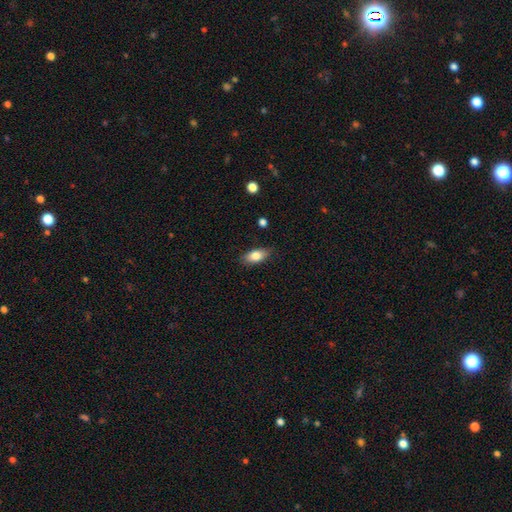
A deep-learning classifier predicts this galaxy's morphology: Smooth or featured? smooth (81%)
How rounded? in between (87%)
Merging? none (84%)